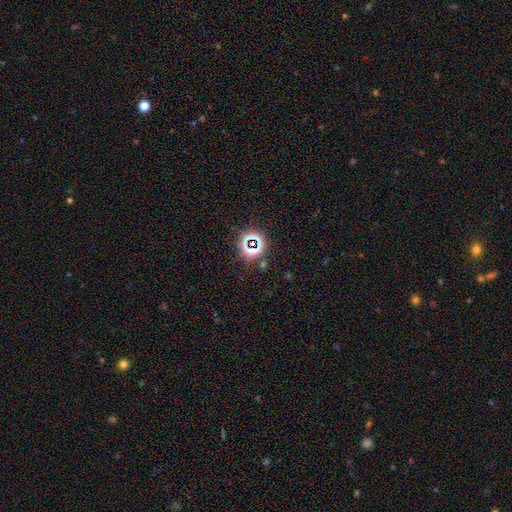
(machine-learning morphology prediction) A star or artifact, not a galaxy (78%).